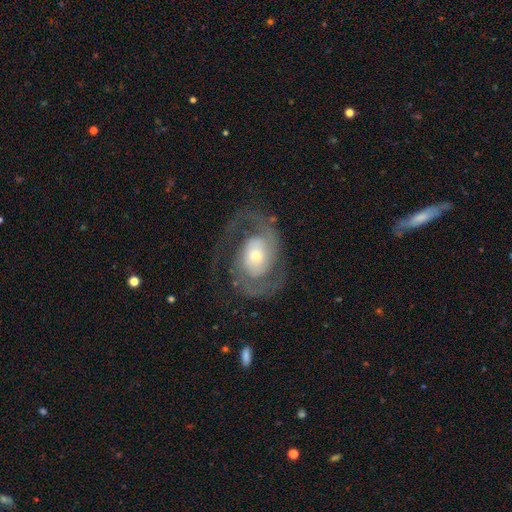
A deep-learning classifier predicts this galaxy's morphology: Smooth or featured?
  - featured or disk: 88% *
  - smooth: 7%
  - star or artifact: 5%
Edge-on disk?
  - no: 97% *
  - yes: 3%
Bar?
  - no: 60% *
  - weak: 29%
  - strong: 11%
Spiral arms?
  - yes: 95% *
  - no: 5%
Spiral winding?
  - medium: 49% *
  - tight: 35%
  - loose: 16%
Spiral arm count?
  - 2: 84% *
  - 1: 5%
  - can't tell: 5%
  - 3: 3%
  - 4: 1%
  - more than 4: 1%
Bulge size?
  - moderate: 46% *
  - small: 43%
  - large: 8%
  - dominant: 2%
  - none: 1%
Merging?
  - none: 69% *
  - major disturbance: 16%
  - minor disturbance: 14%
  - merger: 2%